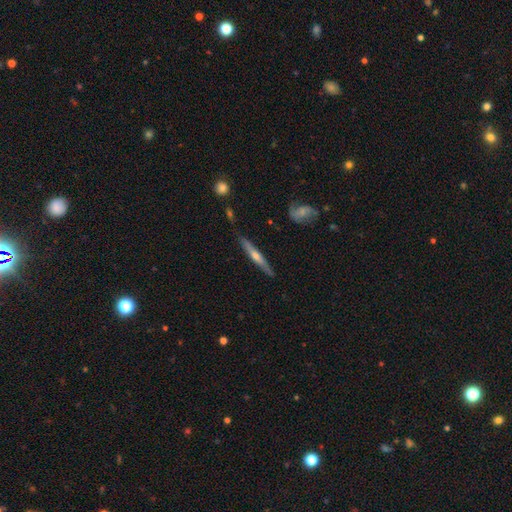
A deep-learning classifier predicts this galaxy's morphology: Q: Smooth or featured?
A: featured or disk (63%); runner-up: smooth (31%)
Q: Edge-on disk?
A: yes (95%); runner-up: no (5%)
Q: Edge-on bulge?
A: rounded (81%); runner-up: none (15%)
Q: Merging?
A: none (86%); runner-up: minor disturbance (10%)